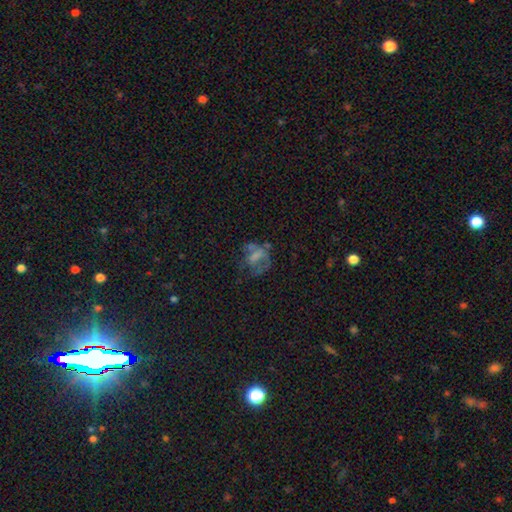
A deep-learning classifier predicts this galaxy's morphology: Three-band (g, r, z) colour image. It shows a featured or disk galaxy (43%). Merging: major disturbance (42%).